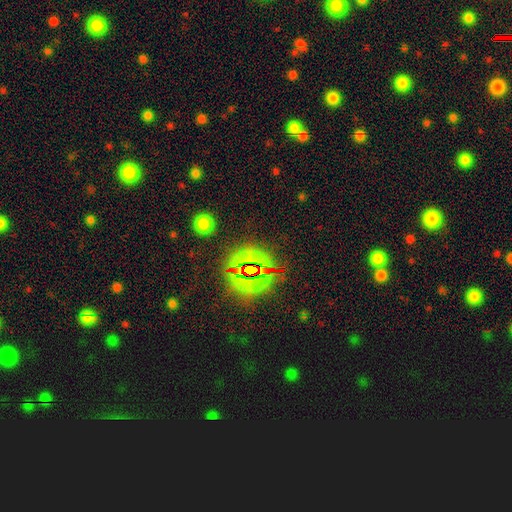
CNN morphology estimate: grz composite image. It shows a star or artifact, not a galaxy (78%).